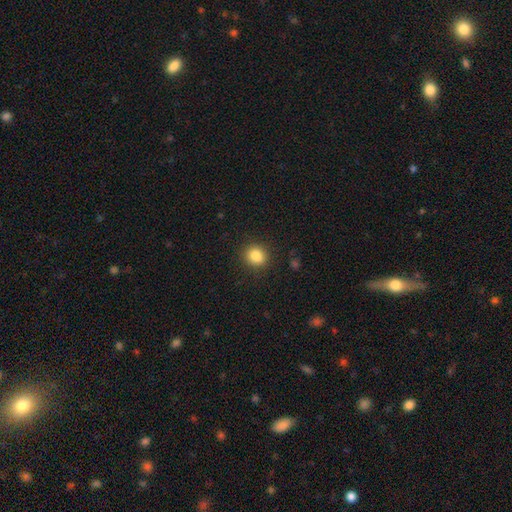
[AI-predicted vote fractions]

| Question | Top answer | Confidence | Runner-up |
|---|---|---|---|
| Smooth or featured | smooth | 85% | star or artifact (10%) |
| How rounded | round | 78% | in between (21%) |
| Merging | none | 89% | minor disturbance (7%) |